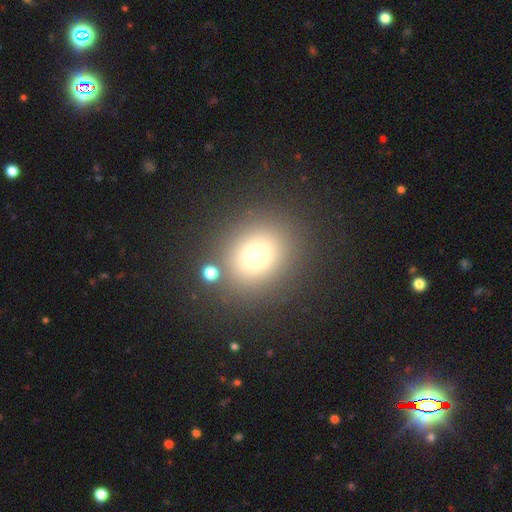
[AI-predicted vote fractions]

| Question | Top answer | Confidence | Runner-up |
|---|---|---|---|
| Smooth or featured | smooth | 71% | star or artifact (19%) |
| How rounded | round | 78% | in between (21%) |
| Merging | none | 82% | minor disturbance (8%) |